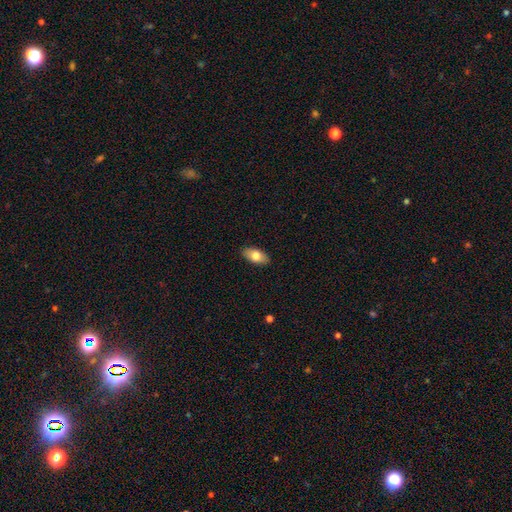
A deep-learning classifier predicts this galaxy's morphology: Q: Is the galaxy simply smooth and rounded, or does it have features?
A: smooth — 77%.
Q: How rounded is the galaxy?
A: in between — 92%.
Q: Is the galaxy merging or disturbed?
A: none — 89%.